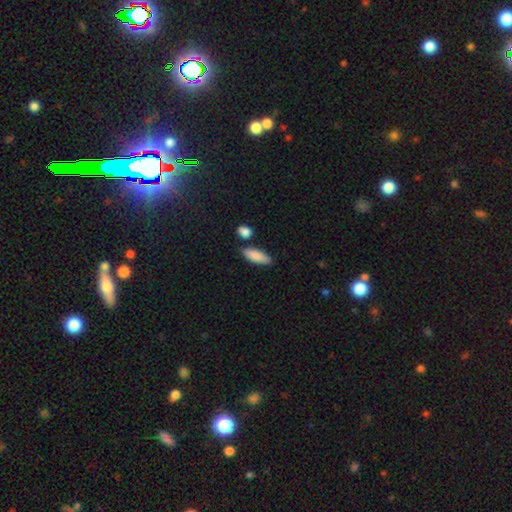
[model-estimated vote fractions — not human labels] Morphology: type=smooth (85%); roundness=in between (66%); merging=none (77%).